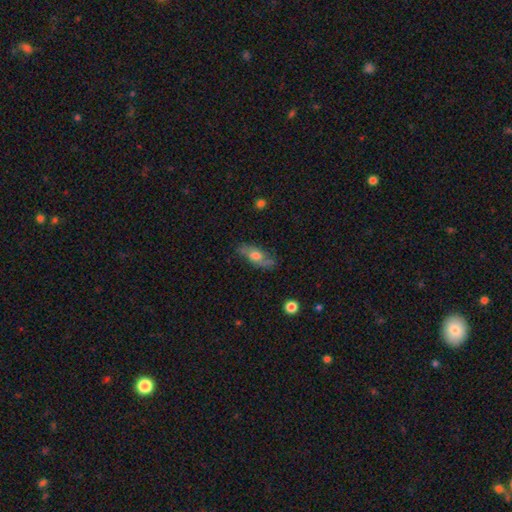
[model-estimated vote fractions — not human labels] Smooth or featured: smooth — 46% (tied with featured or disk — 46%)
Merging: none — 69% (minor disturbance — 21%)